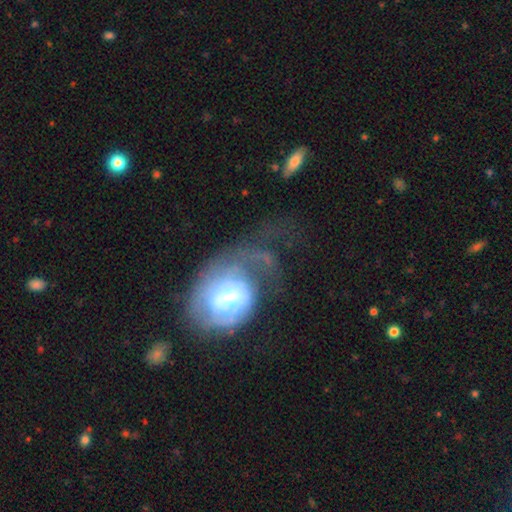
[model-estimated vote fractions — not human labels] Overall: featured or disk (75%). Edge-on disk: no (97%). Bar: weak (50%; no 33%). Spiral arms: yes (83%). Spiral arm count: can't tell (31%; 2 29%). Spiral winding: tight (43%; medium 34%). Bulge size: moderate (49%; small 36%). Merging: major disturbance (49%; none 28%).